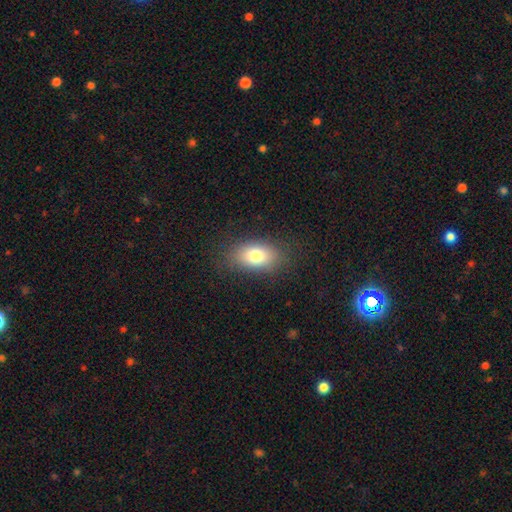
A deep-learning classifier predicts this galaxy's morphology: A smooth galaxy with no disk features (78%) that is in between round and cigar-shaped (85%).

Vote fractions:
- Smooth or featured? smooth: 78% / featured or disk: 12% / star or artifact: 10%
- How rounded? in between: 85% / round: 12% / cigar-shaped: 3%
- Merging? none: 84% / minor disturbance: 11% / major disturbance: 4% / merger: 1%